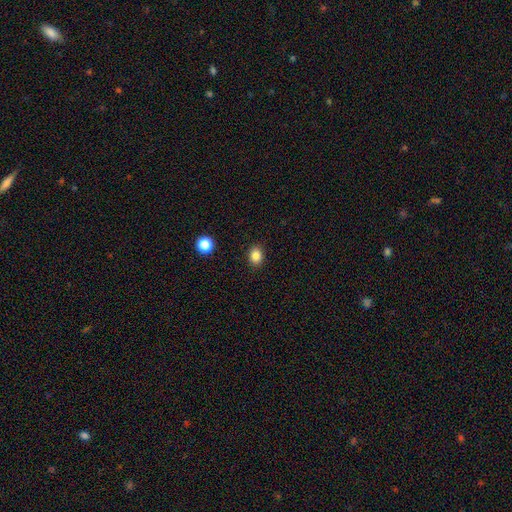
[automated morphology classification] A smooth galaxy with no disk features (84%) that is round (53%).

Vote fractions:
- Smooth or featured? smooth: 84% / star or artifact: 11% / featured or disk: 5%
- How rounded? round: 53% / in between: 46% / cigar-shaped: 1%
- Merging? none: 90% / minor disturbance: 7% / major disturbance: 2% / merger: 1%